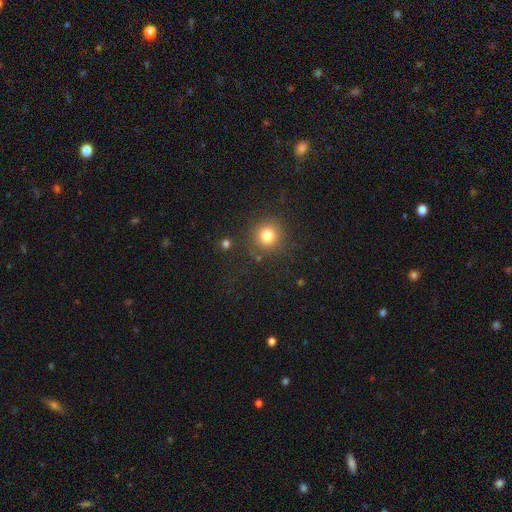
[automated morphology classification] Overall: smooth (58%; star or artifact 37%). How rounded: round (92%). Merging: none (83%).